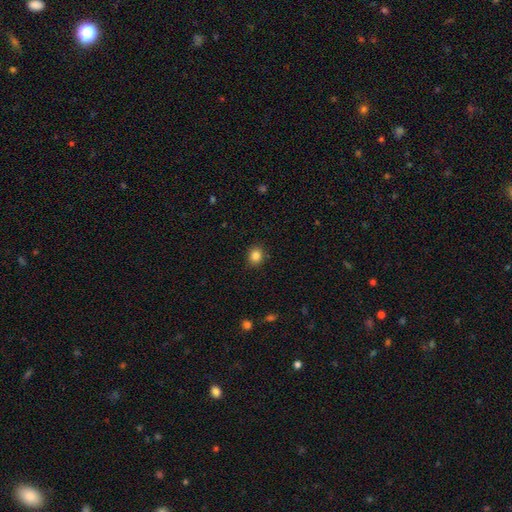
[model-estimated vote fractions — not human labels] This is clearly a smooth galaxy (85%). How rounded: likely round (68%). Merging: clearly none (89%).